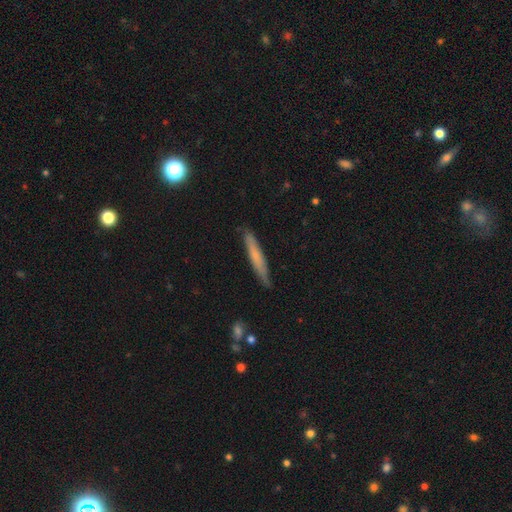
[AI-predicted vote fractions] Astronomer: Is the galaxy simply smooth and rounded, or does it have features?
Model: smooth — 60%.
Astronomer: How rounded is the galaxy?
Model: cigar-shaped — 94%.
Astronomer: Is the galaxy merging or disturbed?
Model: none — 83%.